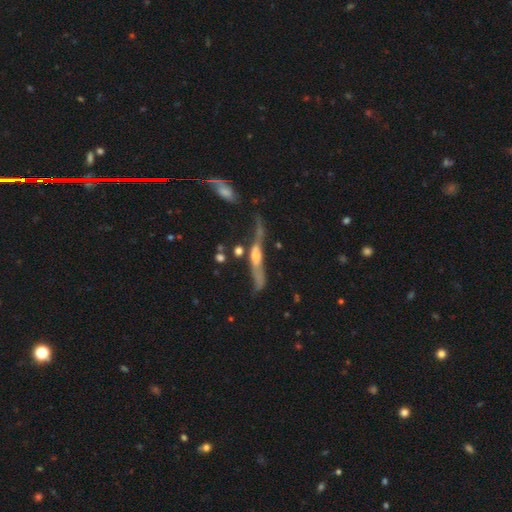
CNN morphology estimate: featured or disk 65%, smooth 26%, star or artifact 9%. Down the decision tree: edge-on disk — yes (74%); merging — none (32%).